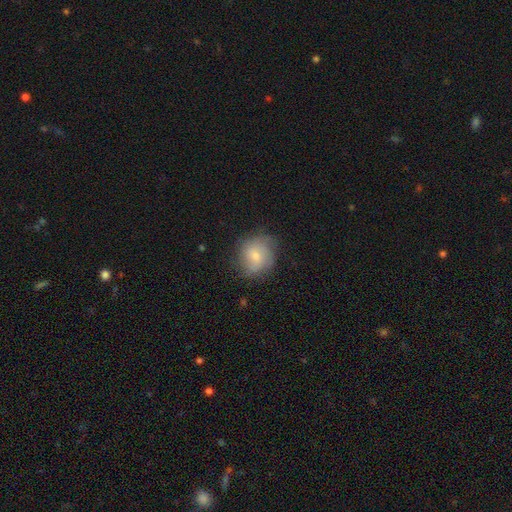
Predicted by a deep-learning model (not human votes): Q: Smooth or featured?
A: smooth (60%); runner-up: featured or disk (32%)
Q: How rounded?
A: round (77%); runner-up: in between (22%)
Q: Merging?
A: none (69%); runner-up: minor disturbance (22%)